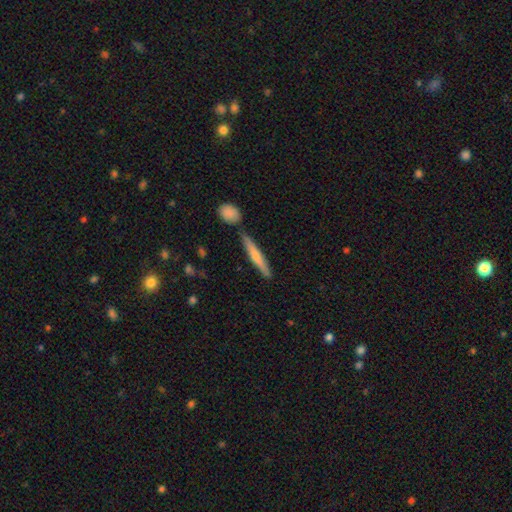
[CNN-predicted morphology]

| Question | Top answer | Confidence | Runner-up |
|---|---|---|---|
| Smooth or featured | featured or disk | 52% | smooth (41%) |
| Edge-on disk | yes | 95% | no (5%) |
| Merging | none | 84% | minor disturbance (8%) |